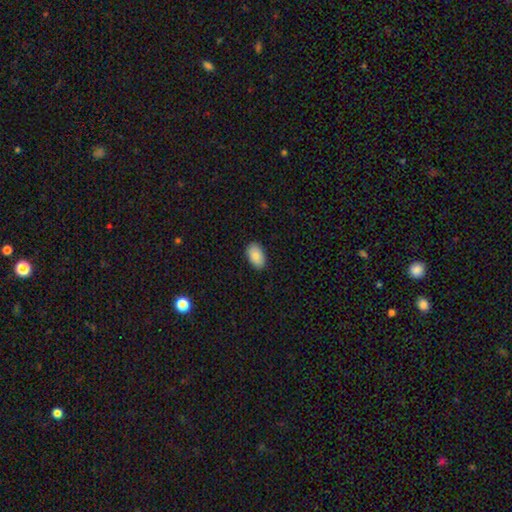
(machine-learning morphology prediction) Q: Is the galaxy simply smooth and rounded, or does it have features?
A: smooth — 88%.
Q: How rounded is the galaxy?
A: in between — 93%.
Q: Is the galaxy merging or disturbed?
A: none — 88%.